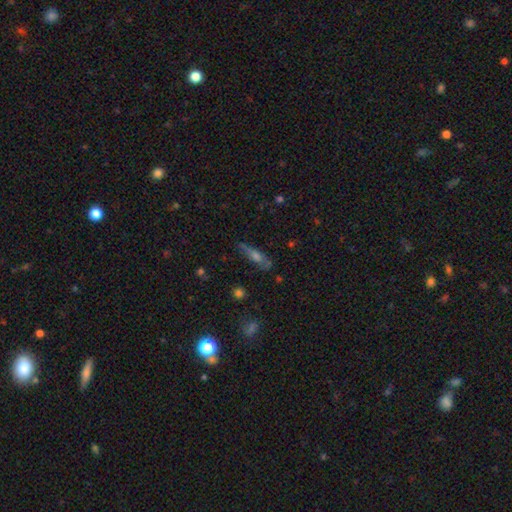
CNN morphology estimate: Smooth or featured?
  - featured or disk: 45% *
  - smooth: 40%
  - star or artifact: 15%
Merging?
  - none: 71% *
  - minor disturbance: 18%
  - major disturbance: 7%
  - merger: 4%